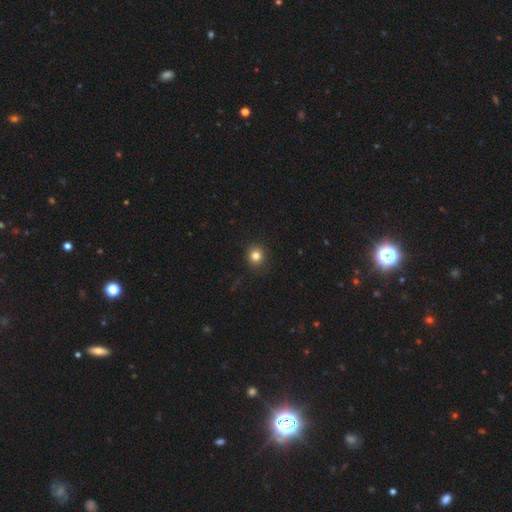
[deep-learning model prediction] Morphology: type=smooth (81%); roundness=round (89%); merging=none (90%).